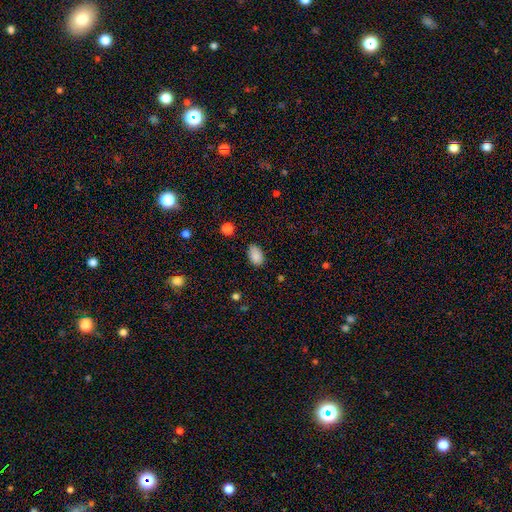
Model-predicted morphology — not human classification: Smooth or featured?
  - smooth: 88% *
  - star or artifact: 9%
  - featured or disk: 4%
How rounded?
  - in between: 91% *
  - round: 8%
  - cigar-shaped: 1%
Merging?
  - none: 78% *
  - minor disturbance: 17%
  - major disturbance: 3%
  - merger: 1%